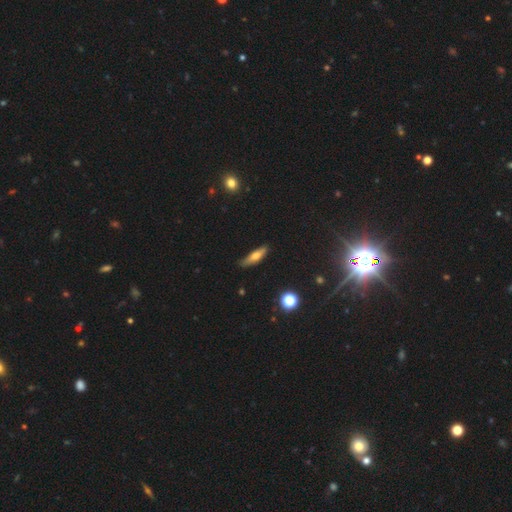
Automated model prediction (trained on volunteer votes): This is possibly a smooth galaxy (59%). How rounded: likely cigar-shaped (66%). Merging: likely none (78%).